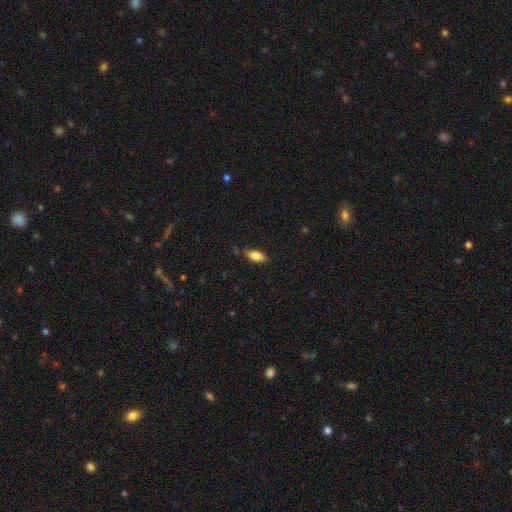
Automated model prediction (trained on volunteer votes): Smooth or featured? smooth (79%)
How rounded? in between (85%)
Merging? none (78%)